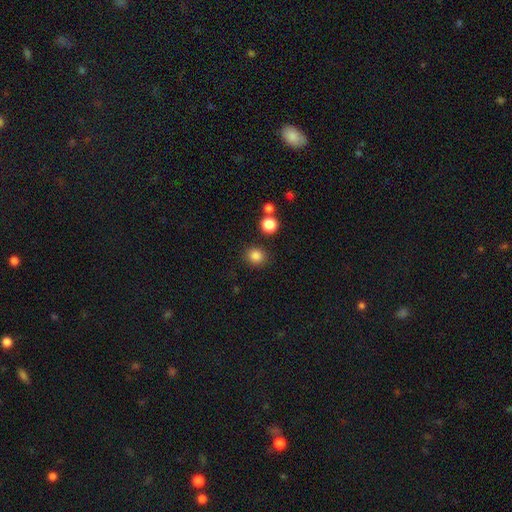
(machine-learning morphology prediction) Smooth or featured?
  - smooth: 84% *
  - star or artifact: 12%
  - featured or disk: 4%
How rounded?
  - round: 85% *
  - in between: 14%
  - cigar-shaped: 1%
Merging?
  - none: 87% *
  - minor disturbance: 7%
  - merger: 3%
  - major disturbance: 3%